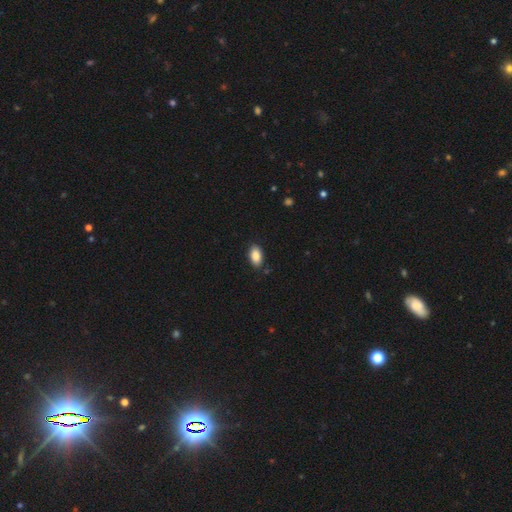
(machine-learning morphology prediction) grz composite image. It shows a smooth galaxy with no disk features (87%) that is in between round and cigar-shaped (93%). Merging: none (87%).